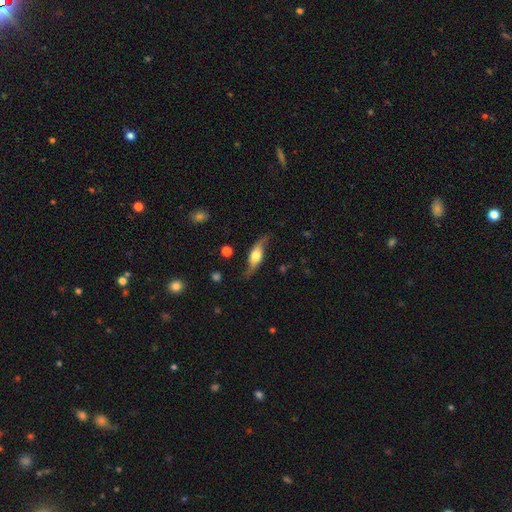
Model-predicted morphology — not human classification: smooth-or-featured: featured or disk: 64% | smooth: 30% | star or artifact: 6%
  disk-edge-on: no: 55% | yes: 45%
  merging: none: 69% | minor disturbance: 22% | major disturbance: 7% | merger: 2%